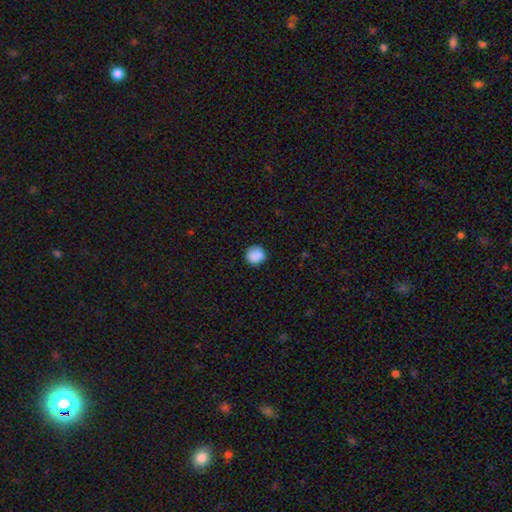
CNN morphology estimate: smooth-or-featured: smooth: 87% | star or artifact: 9% | featured or disk: 4%
  how-rounded: round: 89% | in between: 10% | cigar-shaped: 1%
  merging: none: 80% | minor disturbance: 15% | major disturbance: 3% | merger: 2%